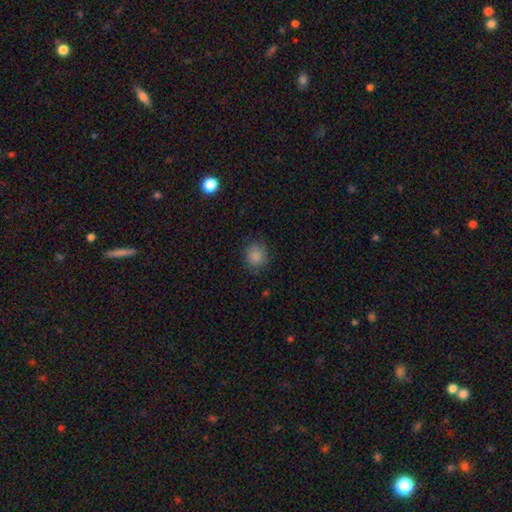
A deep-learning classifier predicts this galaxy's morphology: The model was most divided on "merging": none: 78%, minor disturbance: 16%, major disturbance: 5%, merger: 1%. More confident: smooth or featured — smooth (85%); how rounded — round (82%).